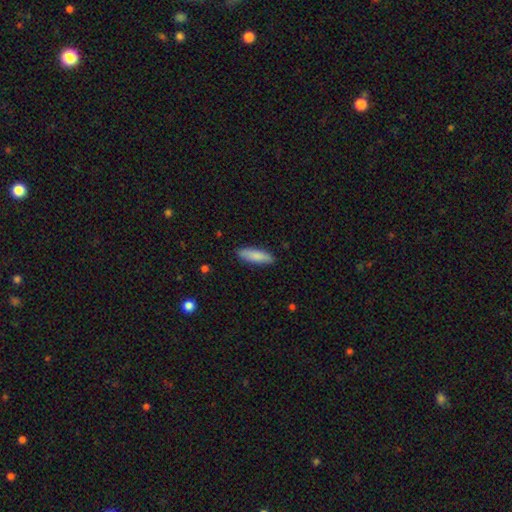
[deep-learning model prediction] Smooth or featured? Predicted: smooth (p=0.85). How rounded? Predicted: cigar-shaped (p=0.58). Merging? Predicted: none (p=0.88).